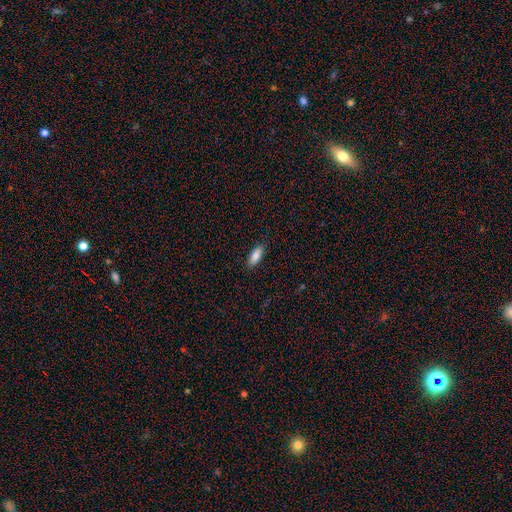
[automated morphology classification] This appears to be a smooth galaxy with no disk features (85%) that is in between round and cigar-shaped (75%). Merging: none (88%).